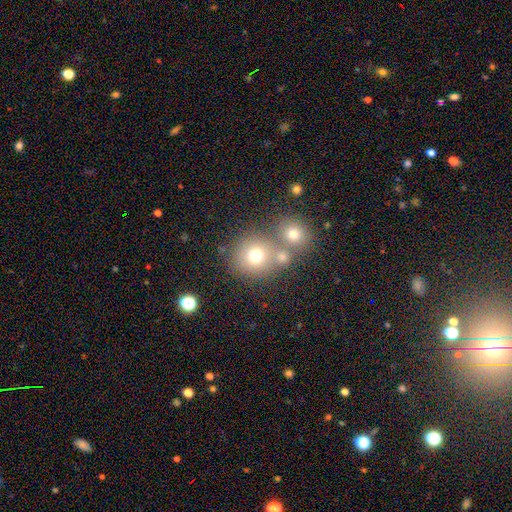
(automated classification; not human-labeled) Smooth or featured? smooth (71%)
How rounded? round (87%)
Merging? none (55%)